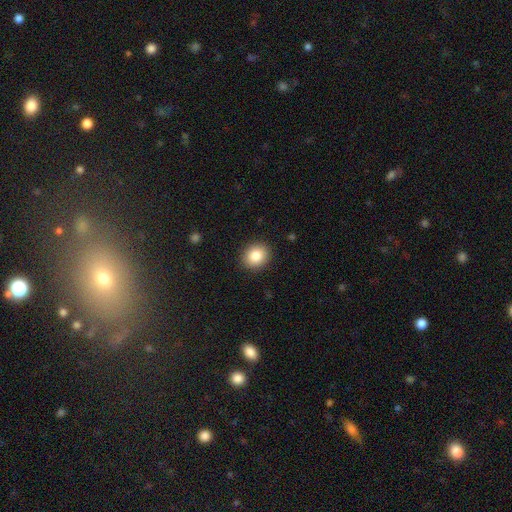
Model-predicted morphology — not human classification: A smooth galaxy with no disk features (84%) that is round (74%).

Vote fractions:
- Smooth or featured? smooth: 84% / star or artifact: 9% / featured or disk: 7%
- How rounded? round: 74% / in between: 25% / cigar-shaped: 1%
- Merging? none: 90% / minor disturbance: 7% / major disturbance: 2% / merger: 1%